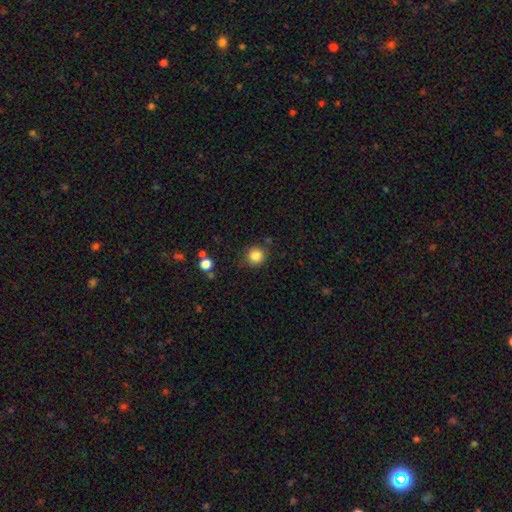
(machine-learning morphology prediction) A smooth galaxy with no disk features (85%) that is round (93%).

Vote fractions:
- Smooth or featured? smooth: 85% / star or artifact: 11% / featured or disk: 5%
- How rounded? round: 93% / in between: 6% / cigar-shaped: 1%
- Merging? none: 84% / minor disturbance: 10% / merger: 3% / major disturbance: 3%